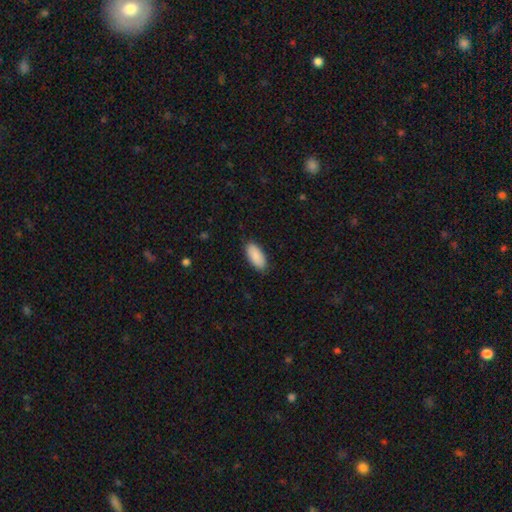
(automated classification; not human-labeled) Smooth or featured? smooth (90%)
How rounded? in between (92%)
Merging? none (86%)